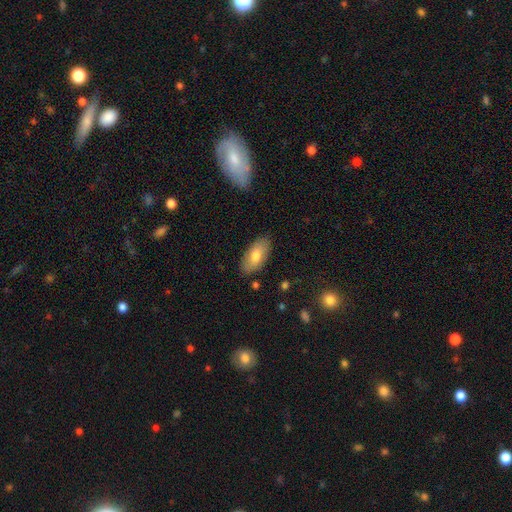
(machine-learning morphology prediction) Smooth or featured?
  - smooth: 75% *
  - featured or disk: 19%
  - star or artifact: 6%
How rounded?
  - in between: 92% *
  - cigar-shaped: 5%
  - round: 2%
Merging?
  - none: 85% *
  - minor disturbance: 11%
  - major disturbance: 2%
  - merger: 1%